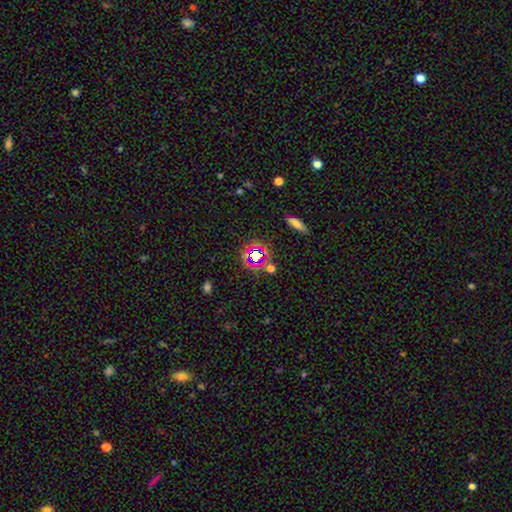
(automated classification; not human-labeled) Smooth or featured? Predicted: star or artifact (p=0.62).